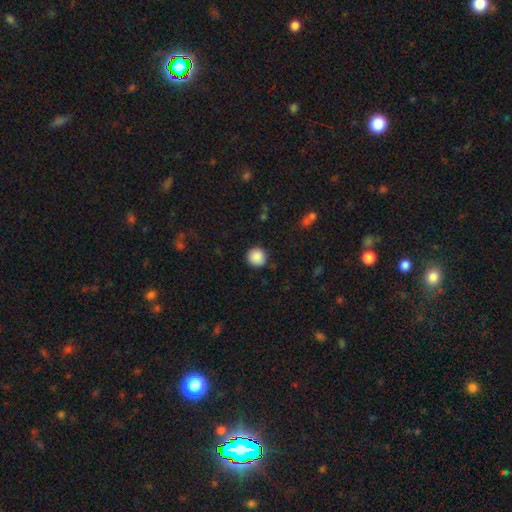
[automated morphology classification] smooth-or-featured: smooth: 89% | star or artifact: 8% | featured or disk: 3%
  how-rounded: round: 94% | in between: 5% | cigar-shaped: 1%
  merging: none: 90% | minor disturbance: 6% | major disturbance: 2% | merger: 1%